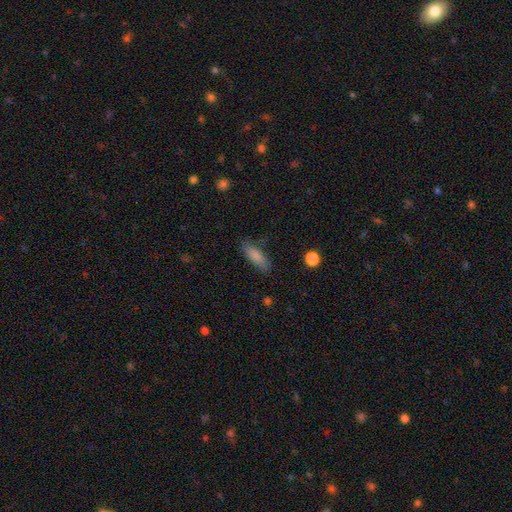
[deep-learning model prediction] Morphology: type=smooth (84%); roundness=in between (61%); merging=none (76%).